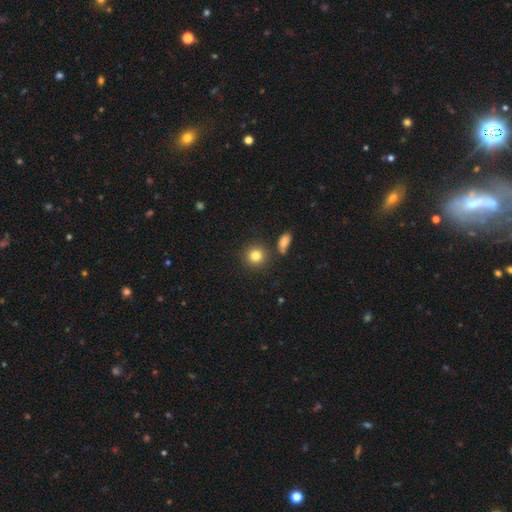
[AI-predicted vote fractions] This is clearly a smooth galaxy (82%). How rounded: clearly round (90%). Merging: clearly none (83%).